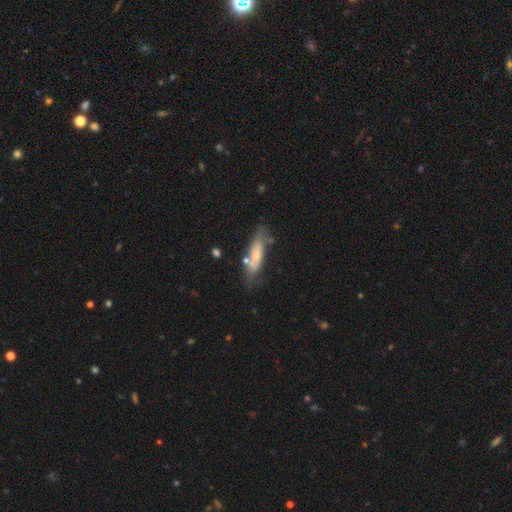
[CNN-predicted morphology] type=smooth (58%); roundness=cigar-shaped (57%); merging=none (56%).